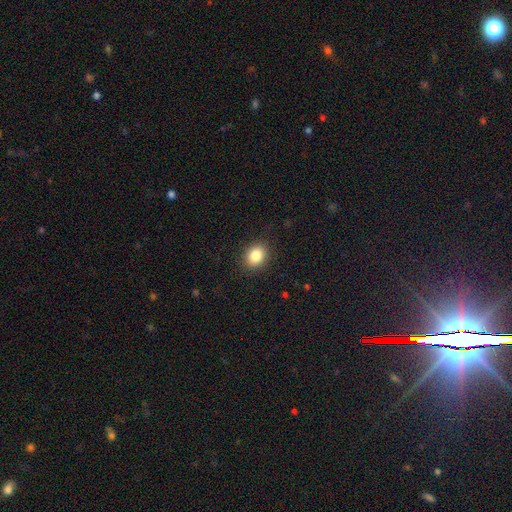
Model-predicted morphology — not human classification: smooth_or_featured: smooth (p=0.85) [alt: star or artifact p=0.09]
how_rounded: in between (p=0.50) [alt: round p=0.49]
merging: none (p=0.89) [alt: minor disturbance p=0.08]